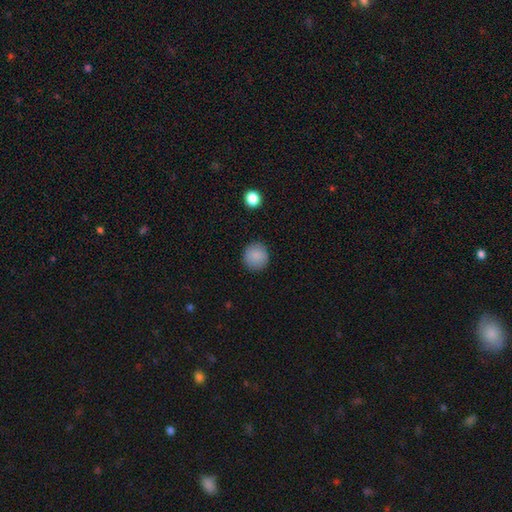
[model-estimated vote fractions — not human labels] The model was most divided on "smooth or featured": smooth: 87%, star or artifact: 9%, featured or disk: 4%. More confident: how rounded — round (94%); merging — none (90%).